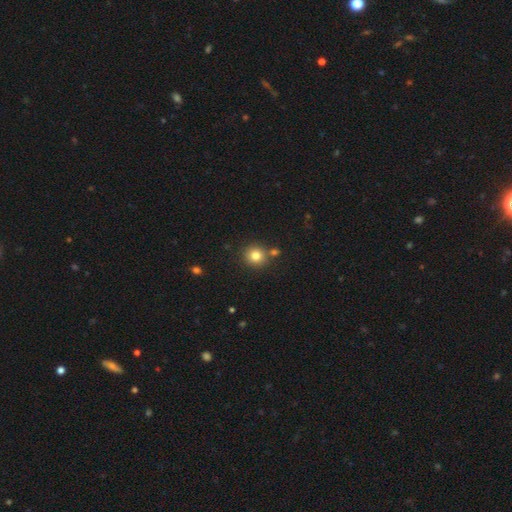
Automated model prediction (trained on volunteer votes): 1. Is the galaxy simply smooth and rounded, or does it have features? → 80% smooth, 12% star or artifact, 7% featured or disk.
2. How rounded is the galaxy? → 90% round, 9% in between, 1% cigar-shaped.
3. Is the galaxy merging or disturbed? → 77% none, 12% merger, 8% minor disturbance, 2% major disturbance.